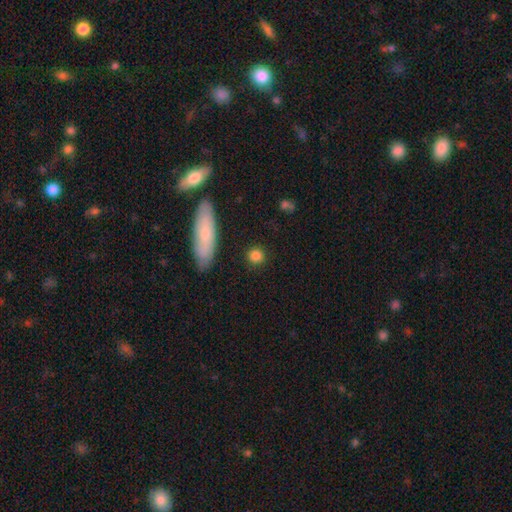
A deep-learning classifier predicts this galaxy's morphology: Smooth or featured: smooth — 84% (star or artifact — 9%)
How rounded: round — 86% (in between — 11%)
Merging: none — 88% (minor disturbance — 7%)